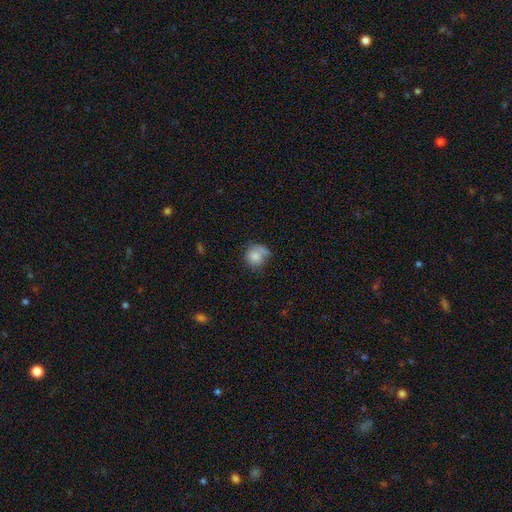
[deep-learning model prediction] Morphology: type=smooth (81%); roundness=round (84%); merging=none (52%).